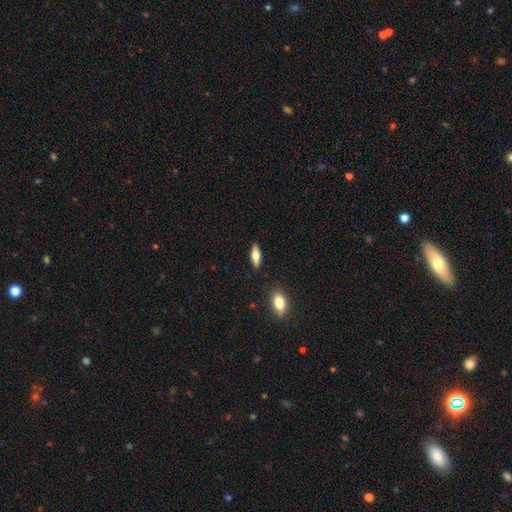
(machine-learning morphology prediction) smooth-or-featured: smooth: 60% | featured or disk: 33% | star or artifact: 6%
  how-rounded: in between: 62% | cigar-shaped: 35% | round: 3%
  merging: none: 88% | minor disturbance: 8% | major disturbance: 2% | merger: 2%